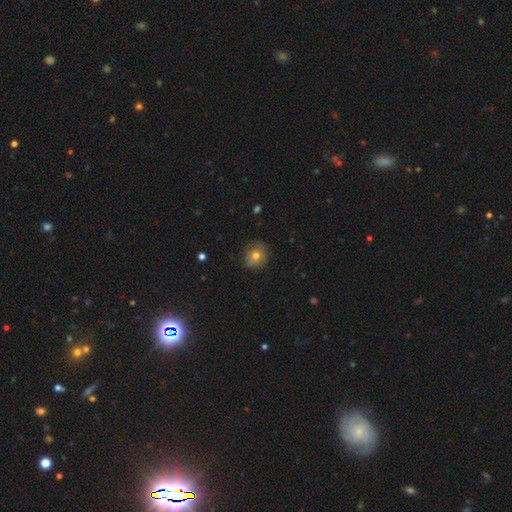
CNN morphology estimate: smooth_or_featured: smooth (p=0.70) [alt: featured or disk p=0.19]
how_rounded: round (p=0.80) [alt: in between p=0.19]
merging: none (p=0.76) [alt: minor disturbance p=0.19]